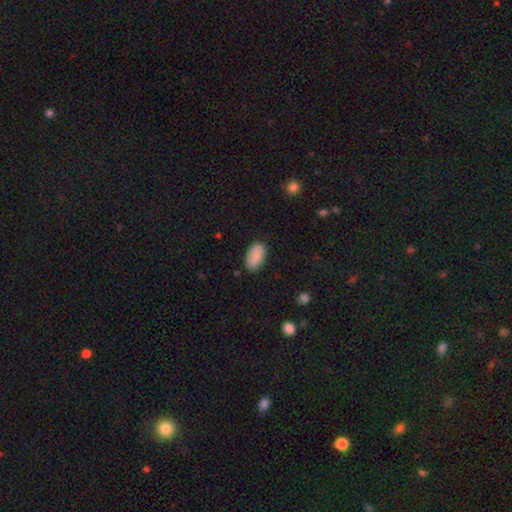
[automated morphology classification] A smooth galaxy with no disk features (86%) that is in between round and cigar-shaped (94%). Merging: none (82%).